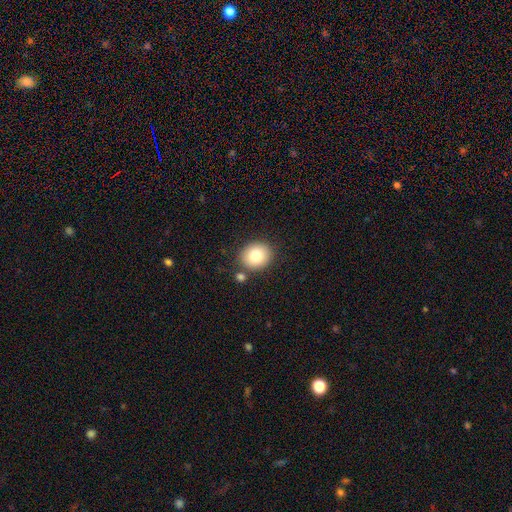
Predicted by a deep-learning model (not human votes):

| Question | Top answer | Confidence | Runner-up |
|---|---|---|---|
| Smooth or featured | smooth | 82% | featured or disk (9%) |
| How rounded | round | 69% | in between (30%) |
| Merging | none | 78% | minor disturbance (11%) |